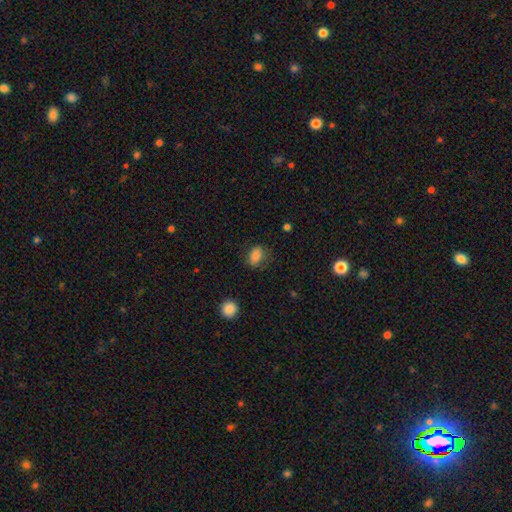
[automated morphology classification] The model was most divided on "how rounded": in between: 72%, round: 27%, cigar-shaped: 2%. More confident: smooth or featured — smooth (83%); merging — none (73%).